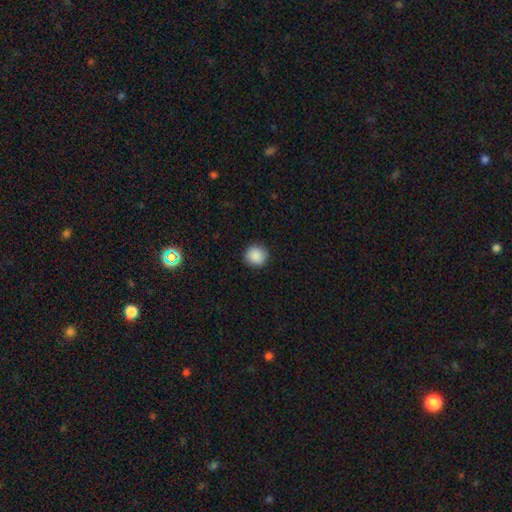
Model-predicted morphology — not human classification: Smooth or featured? smooth (88%)
How rounded? round (93%)
Merging? none (92%)